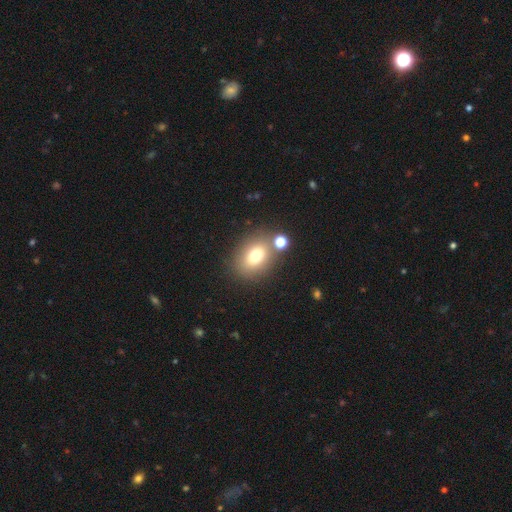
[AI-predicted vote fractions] Morphology: type=smooth (74%); roundness=in between (67%); merging=none (72%).